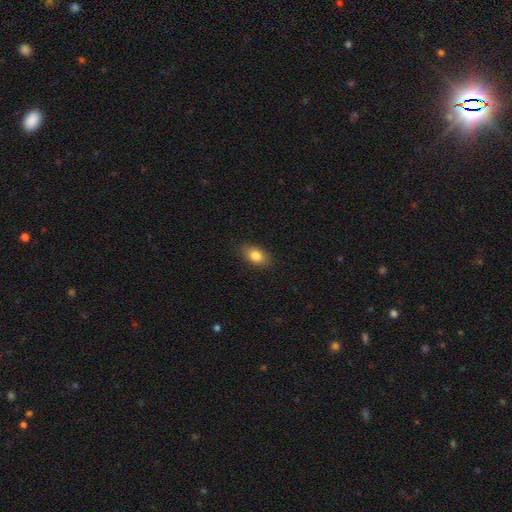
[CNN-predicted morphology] Smooth or featured?
  - smooth: 82% *
  - featured or disk: 9%
  - star or artifact: 8%
How rounded?
  - in between: 87% *
  - round: 10%
  - cigar-shaped: 2%
Merging?
  - none: 87% *
  - minor disturbance: 10%
  - major disturbance: 2%
  - merger: 1%